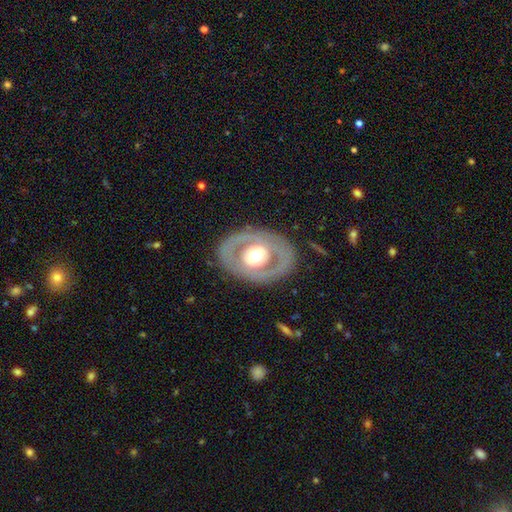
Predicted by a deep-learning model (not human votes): featured or disk 65%, smooth 30%, star or artifact 5%. Down the decision tree: edge-on disk — no (93%); bar — no (80%); spiral arms — no (80%); bulge size — moderate (57%); merging — none (81%).